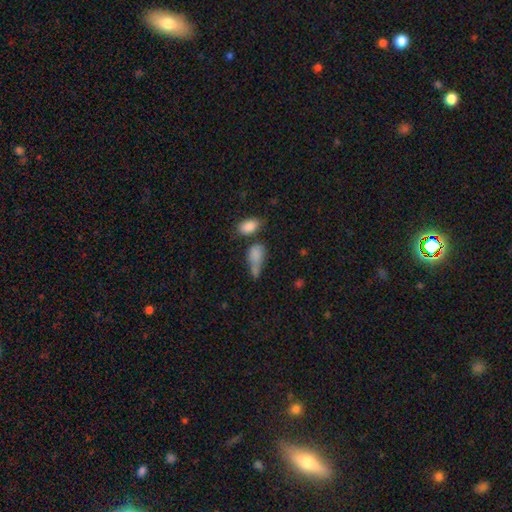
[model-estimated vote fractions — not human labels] This is likely a smooth galaxy (78%). How rounded: likely in between (78%). Merging: marginally merger (37%).